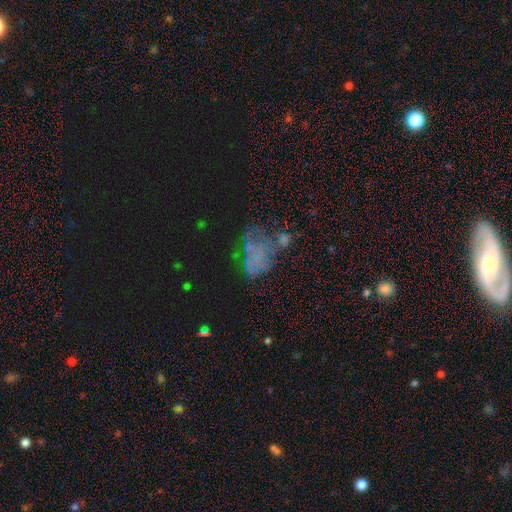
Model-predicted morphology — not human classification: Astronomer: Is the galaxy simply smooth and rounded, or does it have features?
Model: featured or disk — 41% (runner-up: smooth, 32%).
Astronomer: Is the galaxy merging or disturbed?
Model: none — 33%, tied with major disturbance at 33%.